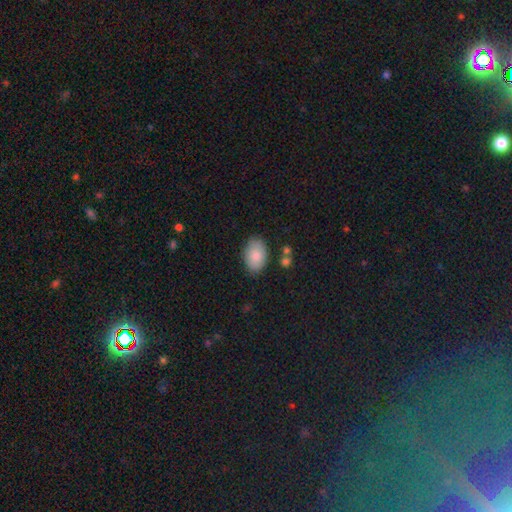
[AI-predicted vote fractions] This appears to be a smooth galaxy with no disk features (86%) that is in between round and cigar-shaped (89%). Merging: none (80%).